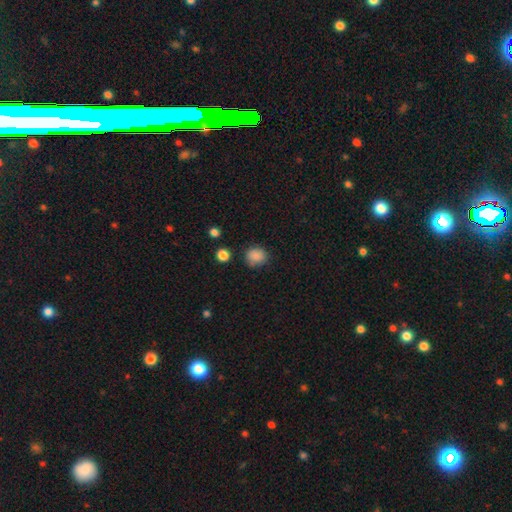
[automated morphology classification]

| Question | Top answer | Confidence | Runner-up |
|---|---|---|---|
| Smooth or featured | smooth | 86% | star or artifact (11%) |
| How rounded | round | 73% | in between (26%) |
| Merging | none | 77% | minor disturbance (16%) |